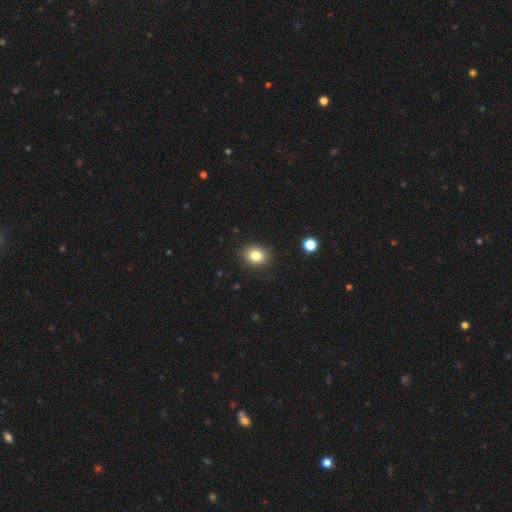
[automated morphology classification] A smooth galaxy with no disk features (83%) that is round (52%).

Vote fractions:
- Smooth or featured? smooth: 83% / star or artifact: 10% / featured or disk: 7%
- How rounded? round: 52% / in between: 47% / cigar-shaped: 1%
- Merging? none: 88% / minor disturbance: 9% / major disturbance: 2% / merger: 1%